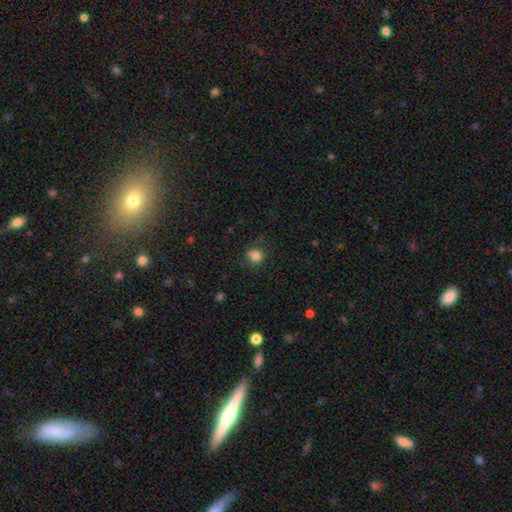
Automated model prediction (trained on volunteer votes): smooth_or_featured: smooth (p=0.81) [alt: star or artifact p=0.12]
how_rounded: round (p=0.79) [alt: in between p=0.20]
merging: none (p=0.67) [alt: minor disturbance p=0.22]